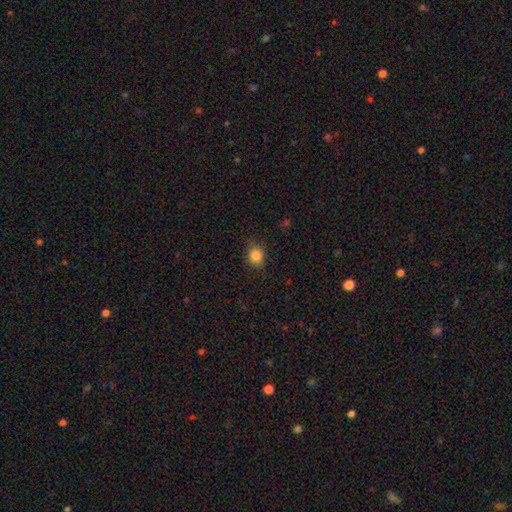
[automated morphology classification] smooth 85%, star or artifact 11%, featured or disk 4%. Down the decision tree: how rounded — round (72%); merging — none (84%).